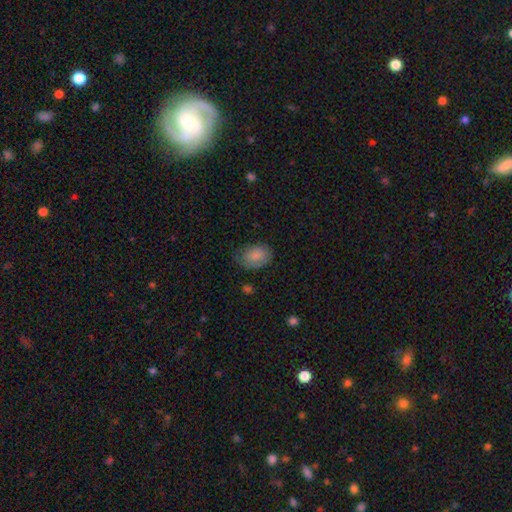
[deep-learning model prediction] smooth_or_featured: smooth (p=0.84) [alt: featured or disk p=0.08]
how_rounded: in between (p=0.78) [alt: round p=0.21]
merging: none (p=0.67) [alt: minor disturbance p=0.25]